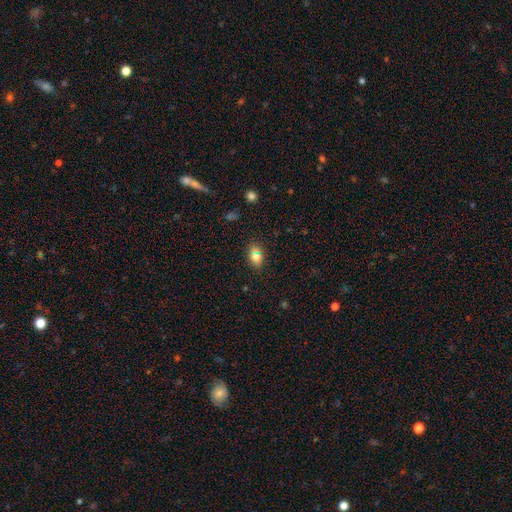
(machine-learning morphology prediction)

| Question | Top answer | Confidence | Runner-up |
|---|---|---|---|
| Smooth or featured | smooth | 76% | star or artifact (13%) |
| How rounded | in between | 74% | round (24%) |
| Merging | none | 77% | minor disturbance (13%) |